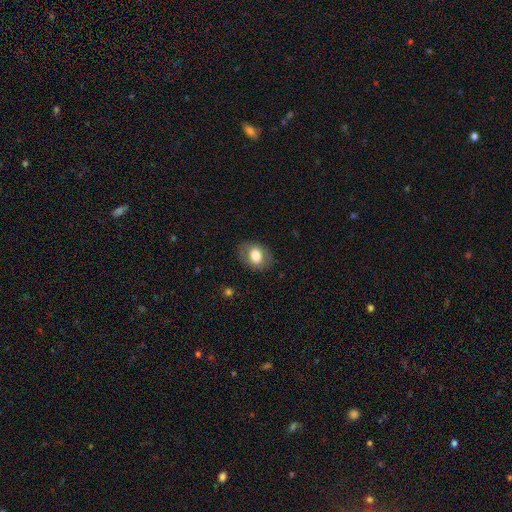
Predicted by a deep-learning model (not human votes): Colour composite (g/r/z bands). It shows a smooth galaxy with no disk features (74%) that is in between round and cigar-shaped (72%). Merging: none (82%).